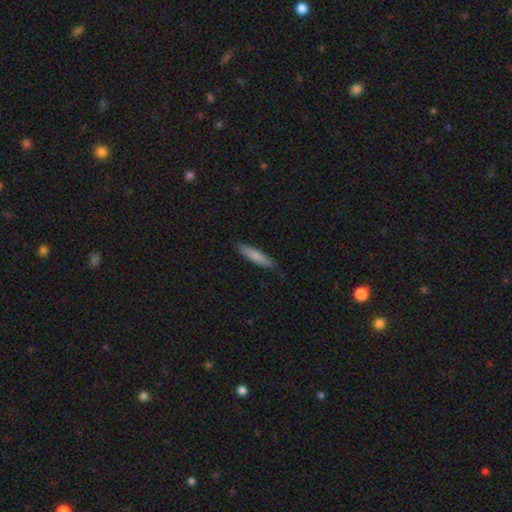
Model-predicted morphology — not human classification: Smooth or featured?
  - smooth: 80% *
  - featured or disk: 14%
  - star or artifact: 6%
How rounded?
  - cigar-shaped: 81% *
  - in between: 17%
  - round: 1%
Merging?
  - none: 87% *
  - minor disturbance: 10%
  - major disturbance: 2%
  - merger: 1%